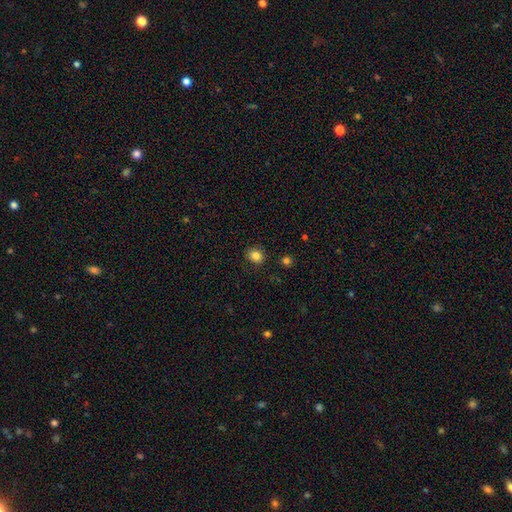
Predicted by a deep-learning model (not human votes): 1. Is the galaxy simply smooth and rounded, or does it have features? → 84% smooth, 11% star or artifact, 5% featured or disk.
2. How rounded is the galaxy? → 64% round, 35% in between, 1% cigar-shaped.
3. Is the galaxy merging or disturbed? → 87% none, 9% minor disturbance, 2% major disturbance, 2% merger.